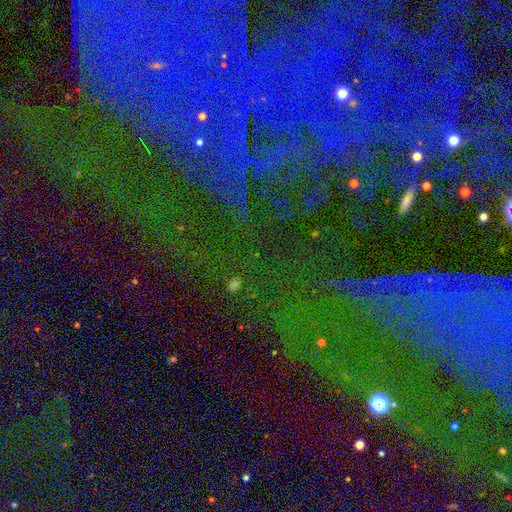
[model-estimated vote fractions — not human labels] Smooth or featured? star or artifact (78%)